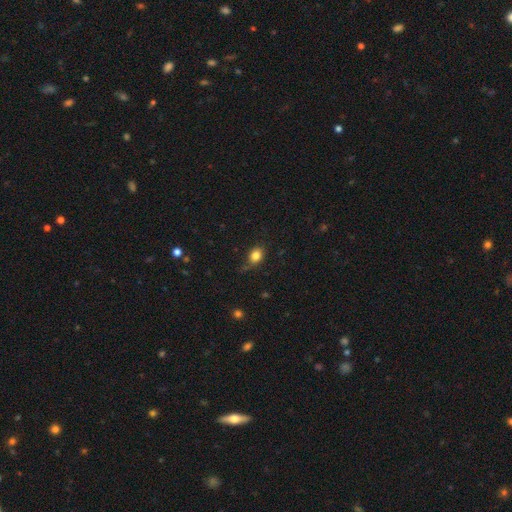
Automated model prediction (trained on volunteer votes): Smooth or featured?
  - smooth: 82% *
  - star or artifact: 10%
  - featured or disk: 8%
How rounded?
  - in between: 56% *
  - round: 42%
  - cigar-shaped: 2%
Merging?
  - none: 66% *
  - minor disturbance: 24%
  - major disturbance: 8%
  - merger: 2%